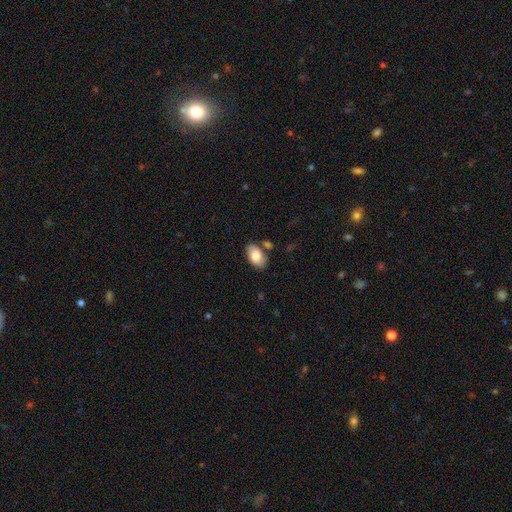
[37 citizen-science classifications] Smooth or featured? 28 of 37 (76%) said smooth. How rounded? 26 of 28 (93%) said in between. Merging? 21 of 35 (60%) said none.